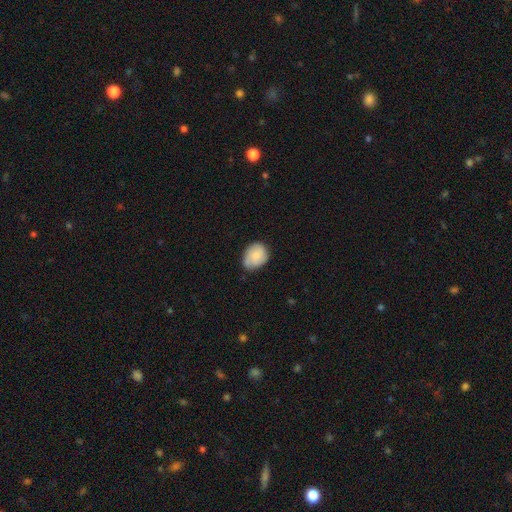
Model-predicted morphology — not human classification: This appears to be a smooth galaxy with no disk features (77%) that is in between round and cigar-shaped (51%). Merging: none (58%).